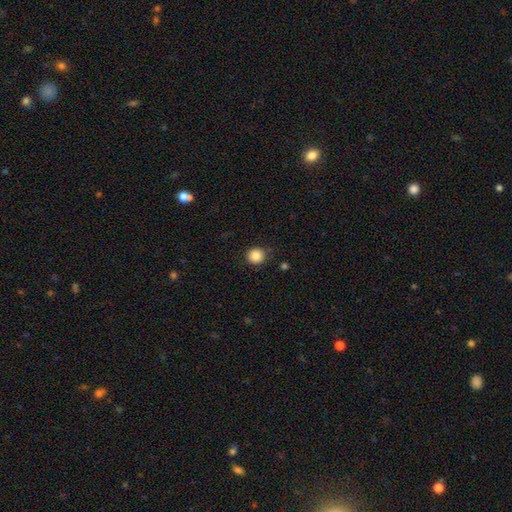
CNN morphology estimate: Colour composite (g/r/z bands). It shows a smooth galaxy with no disk features (85%) that is round (91%). Merging: none (88%).